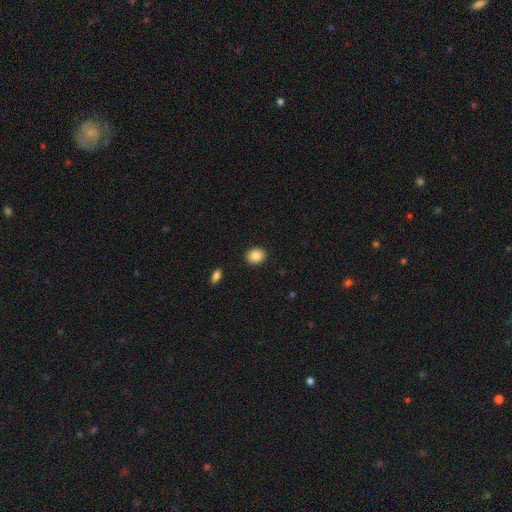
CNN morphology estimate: smooth 88%, star or artifact 8%, featured or disk 4%. Down the decision tree: how rounded — round (63%); merging — none (91%).